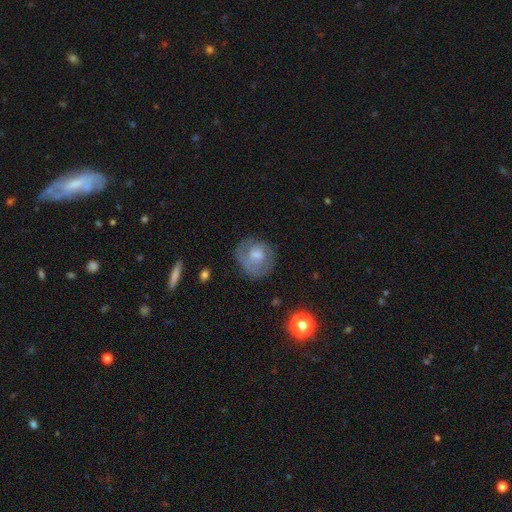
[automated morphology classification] type=smooth (51%); roundness=round (79%); merging=none (62%).